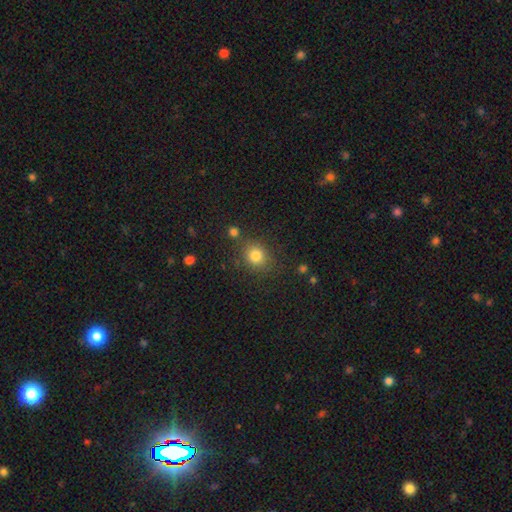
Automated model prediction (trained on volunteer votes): Overall: smooth (81%). How rounded: round (75%). Merging: none (79%).